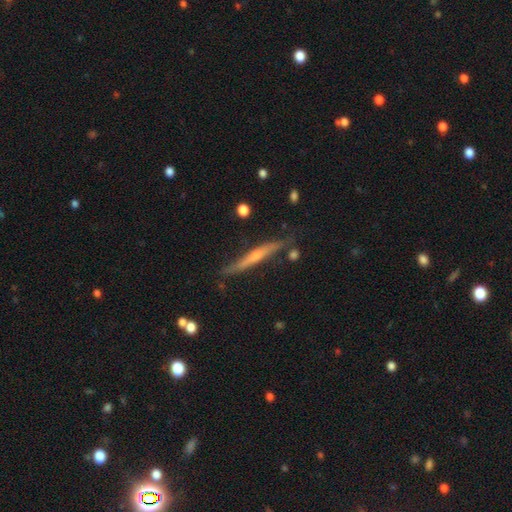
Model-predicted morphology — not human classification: A featured or disk galaxy (69%) viewed edge-on (96%) with a rounded central bulge (69%). Merging: none (79%).